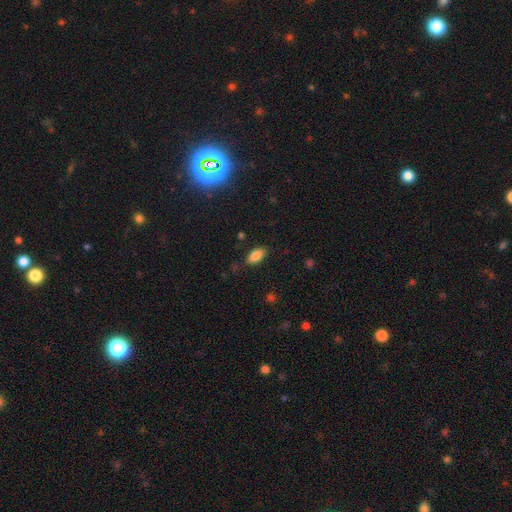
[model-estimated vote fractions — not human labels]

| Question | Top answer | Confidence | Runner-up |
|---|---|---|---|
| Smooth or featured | smooth | 85% | star or artifact (8%) |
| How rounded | in between | 87% | cigar-shaped (10%) |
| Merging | none | 84% | minor disturbance (12%) |